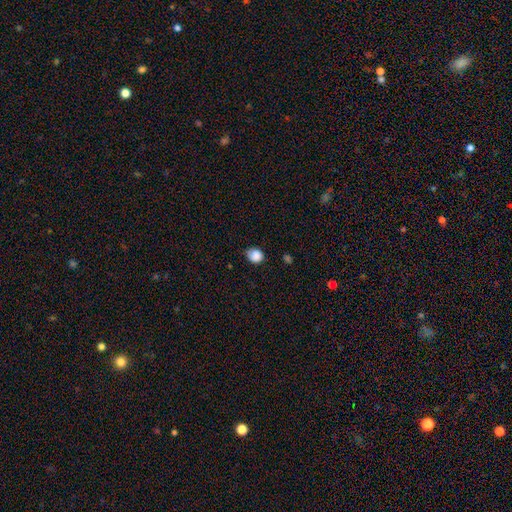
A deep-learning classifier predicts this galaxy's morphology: Q: Smooth or featured?
A: smooth (87%); runner-up: star or artifact (9%)
Q: How rounded?
A: round (69%); runner-up: in between (31%)
Q: Merging?
A: none (64%); runner-up: minor disturbance (29%)